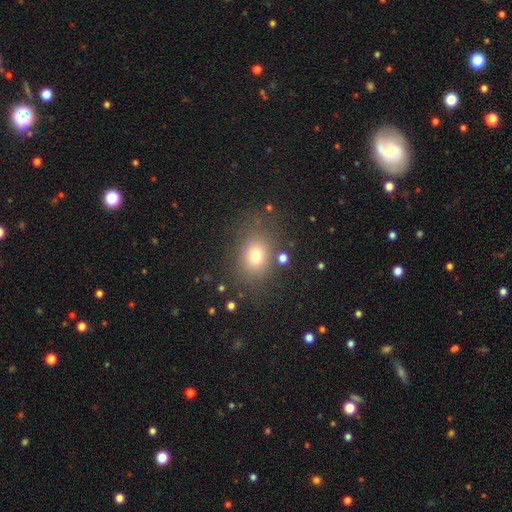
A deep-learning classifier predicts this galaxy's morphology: A smooth galaxy with no disk features (72%) that is in between round and cigar-shaped (50%). Merging: none (75%).